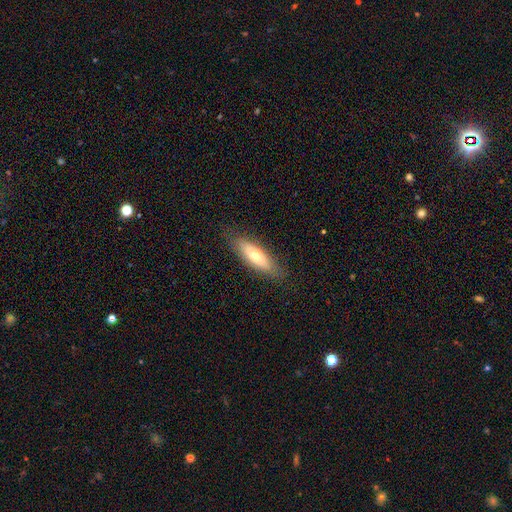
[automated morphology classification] type=smooth (58%); roundness=in between (55%); merging=none (82%).